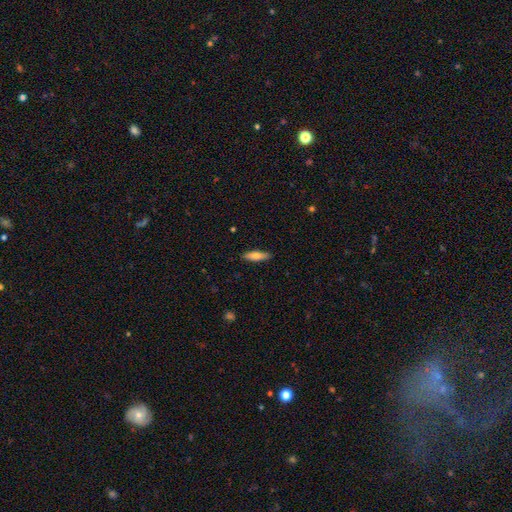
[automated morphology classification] Q: Smooth or featured?
A: smooth (72%); runner-up: featured or disk (22%)
Q: How rounded?
A: cigar-shaped (64%); runner-up: in between (35%)
Q: Merging?
A: none (89%); runner-up: minor disturbance (8%)